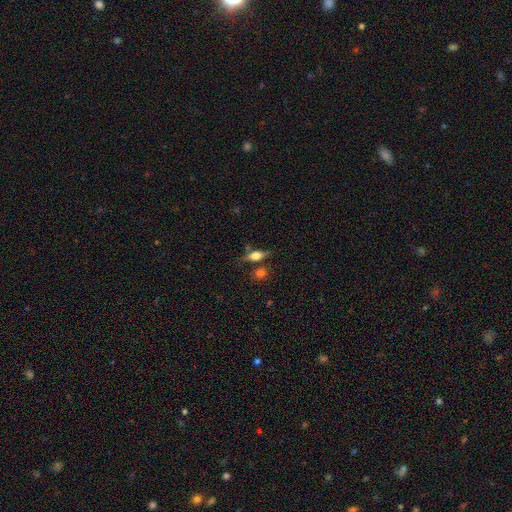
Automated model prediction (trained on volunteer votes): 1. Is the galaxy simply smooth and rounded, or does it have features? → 54% smooth, 36% featured or disk, 10% star or artifact.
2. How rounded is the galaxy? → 66% in between, 25% cigar-shaped, 9% round.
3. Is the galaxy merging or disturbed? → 66% none, 17% minor disturbance, 11% merger, 6% major disturbance.